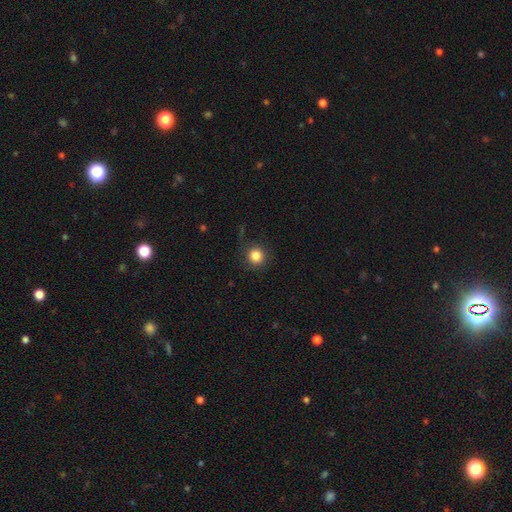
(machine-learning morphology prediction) Overall: smooth (85%). How rounded: round (91%). Merging: none (85%).